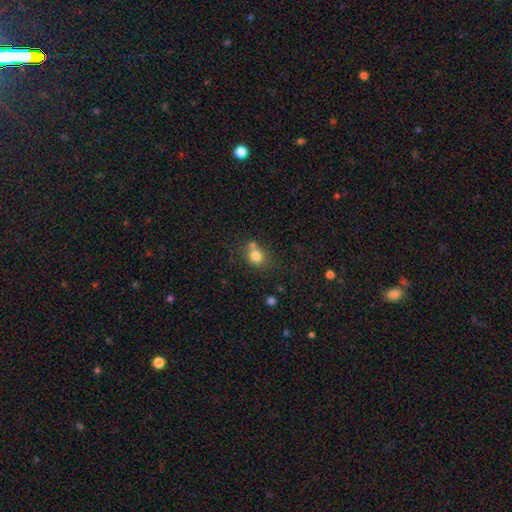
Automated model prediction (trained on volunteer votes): This appears to be a smooth galaxy with no disk features (79%) that is round (75%). Merging: none (52%).